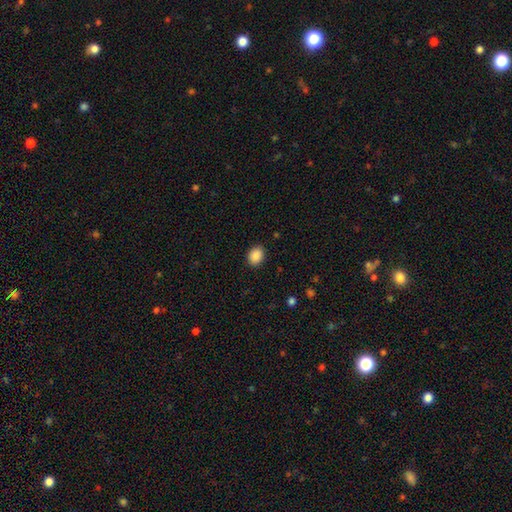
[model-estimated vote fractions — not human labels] Q: Smooth or featured?
A: smooth (89%); runner-up: star or artifact (8%)
Q: How rounded?
A: in between (55%); runner-up: round (44%)
Q: Merging?
A: none (89%); runner-up: minor disturbance (8%)